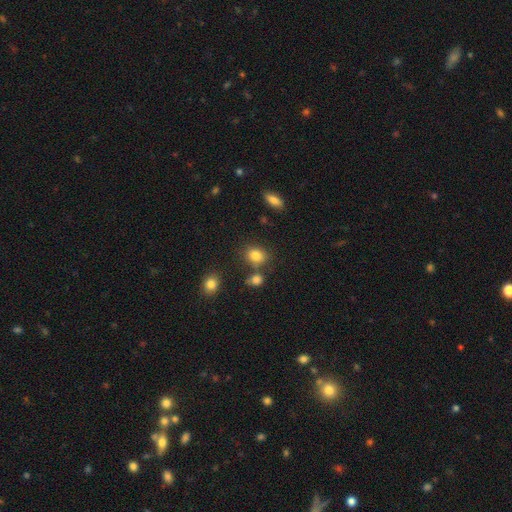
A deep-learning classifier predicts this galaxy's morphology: Q: Smooth or featured?
A: smooth (82%); runner-up: star or artifact (11%)
Q: How rounded?
A: in between (54%); runner-up: round (45%)
Q: Merging?
A: none (67%); runner-up: merger (15%)